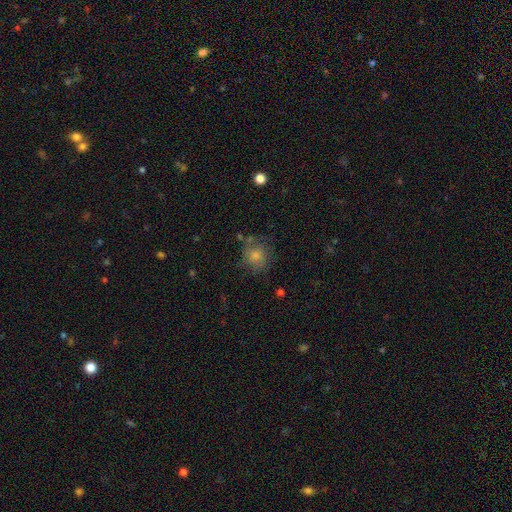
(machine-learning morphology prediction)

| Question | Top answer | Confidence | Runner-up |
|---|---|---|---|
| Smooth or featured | smooth | 77% | featured or disk (13%) |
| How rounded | round | 86% | in between (13%) |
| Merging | none | 67% | minor disturbance (19%) |